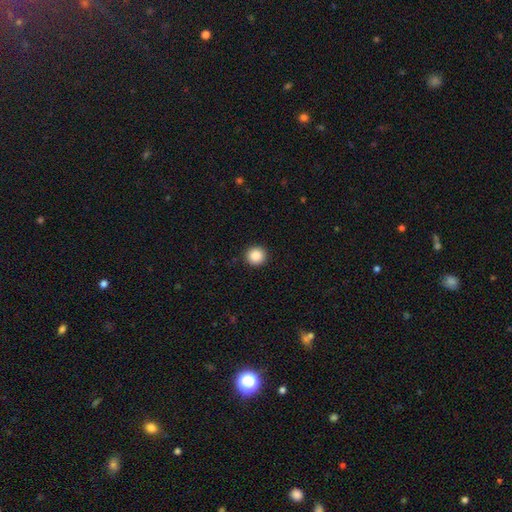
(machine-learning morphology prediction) Smooth or featured?
  - smooth: 87% *
  - star or artifact: 9%
  - featured or disk: 3%
How rounded?
  - round: 94% *
  - in between: 5%
  - cigar-shaped: 1%
Merging?
  - none: 93% *
  - minor disturbance: 4%
  - major disturbance: 2%
  - merger: 1%